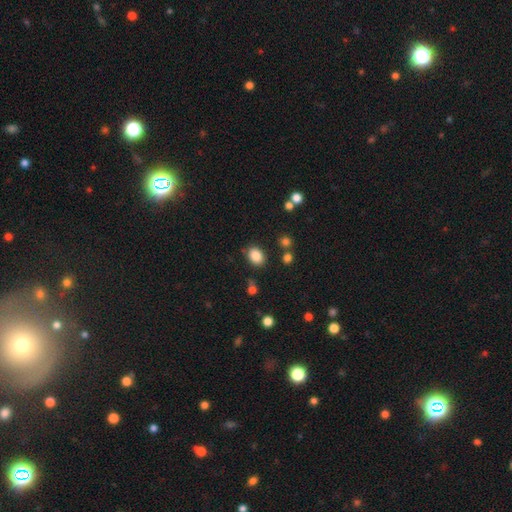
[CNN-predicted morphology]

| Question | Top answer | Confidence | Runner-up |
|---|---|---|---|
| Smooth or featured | smooth | 86% | star or artifact (10%) |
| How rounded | in between | 68% | round (31%) |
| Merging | none | 80% | minor disturbance (12%) |